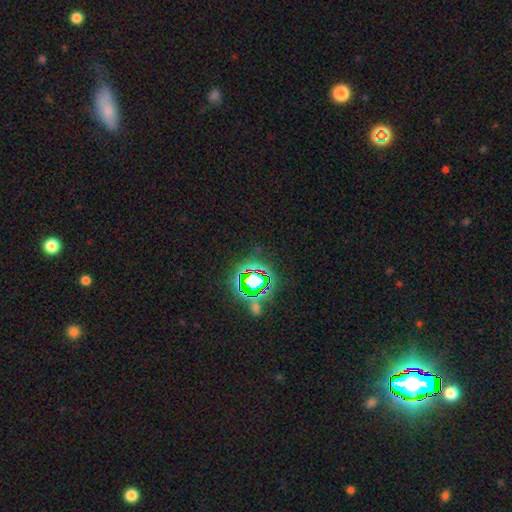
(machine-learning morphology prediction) Smooth or featured? Predicted: star or artifact (p=0.78).